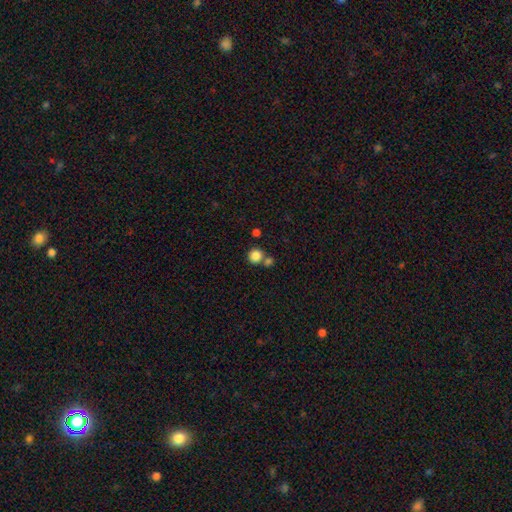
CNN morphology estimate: Overall: smooth (85%). How rounded: round (90%). Merging: none (60%; merger 29%).